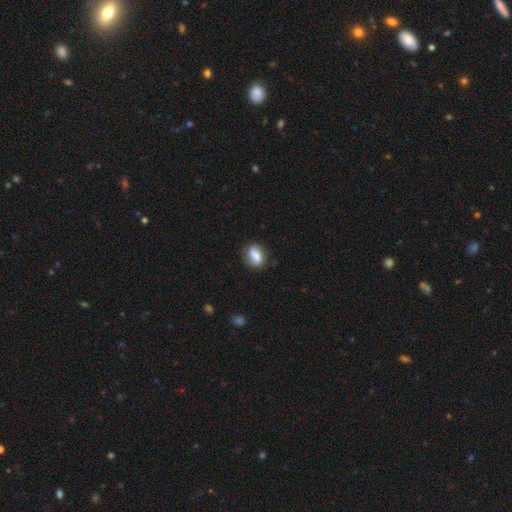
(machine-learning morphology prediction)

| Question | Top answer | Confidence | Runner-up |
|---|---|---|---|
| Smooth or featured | smooth | 77% | featured or disk (15%) |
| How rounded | in between | 69% | round (29%) |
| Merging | none | 78% | minor disturbance (17%) |